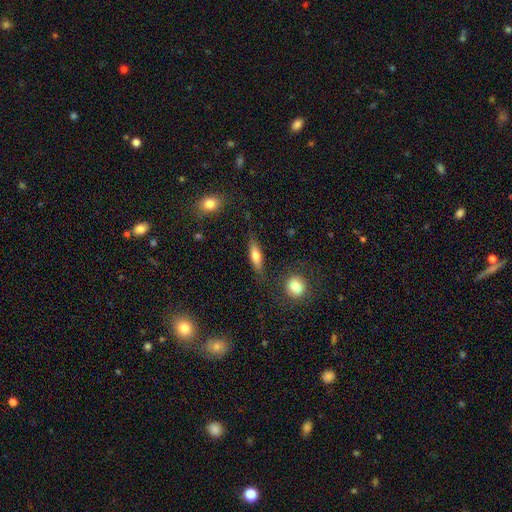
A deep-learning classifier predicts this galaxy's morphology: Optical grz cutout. It shows a smooth galaxy with no disk features (62%) that is cigar-shaped (53%). Merging: none (79%).